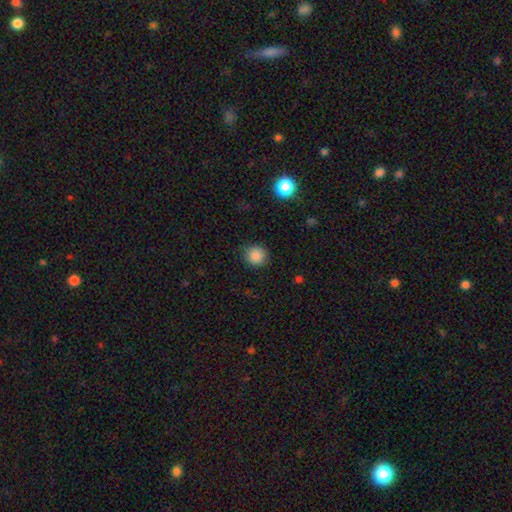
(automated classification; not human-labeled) Overall: smooth (86%). How rounded: round (91%). Merging: none (87%).